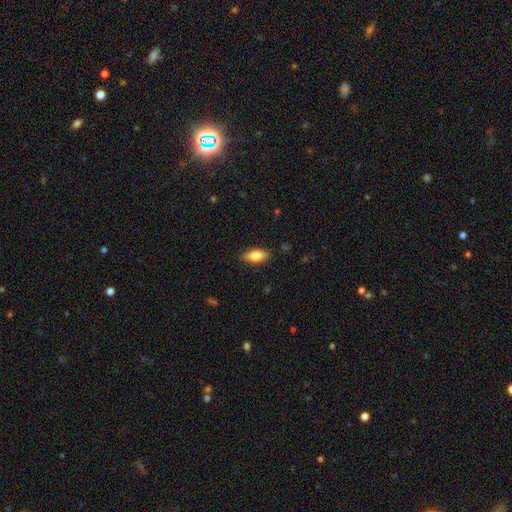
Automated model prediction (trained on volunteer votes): This appears to be a smooth galaxy with no disk features (82%) that is in between round and cigar-shaped (87%). Merging: none (87%).